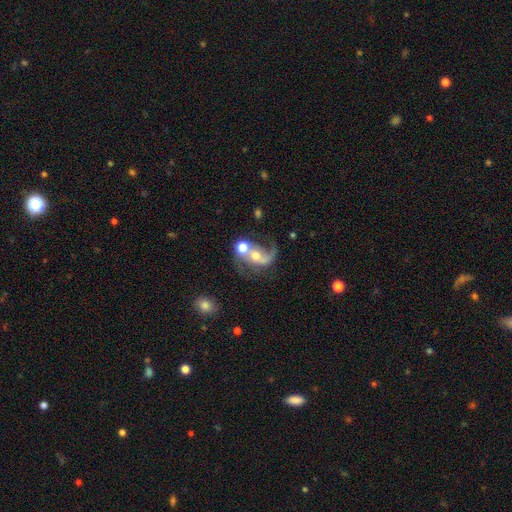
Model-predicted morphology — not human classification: This is likely a featured or disk galaxy (66%). It is clearly not viewed edge-on (97%). Bar: likely no (62%). Spiral arm pattern: clearly yes (83%). Spiral arm count: possibly 2 (52%). Spiral winding: likely loose (64%). Central bulge: possibly moderate (60%). Merging: possibly merger (54%).